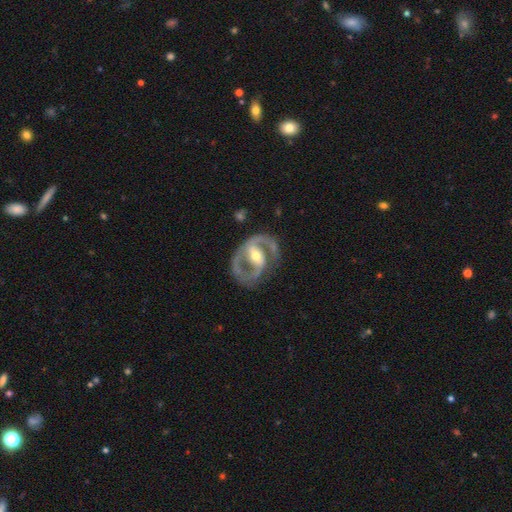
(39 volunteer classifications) This is clearly a featured or disk galaxy (90%). It is clearly not viewed edge-on (100%). Bar: marginally weak (43%). Spiral arm pattern: clearly yes (100%). Spiral arm count: possibly 2 (54%). Spiral winding: possibly medium (49%). Central bulge: likely moderate (66%). Merging: likely none (68%).